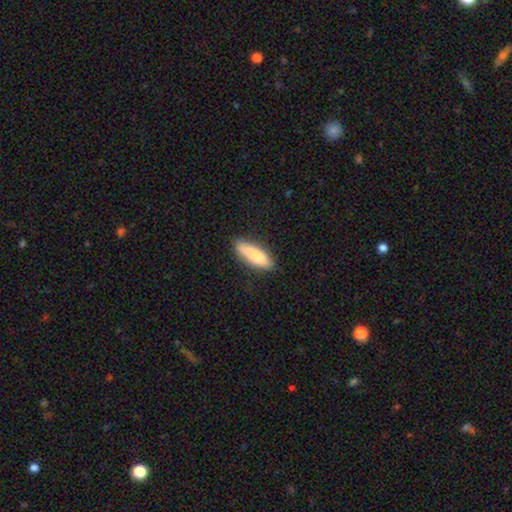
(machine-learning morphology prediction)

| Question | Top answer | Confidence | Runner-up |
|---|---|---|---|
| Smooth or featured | smooth | 83% | featured or disk (12%) |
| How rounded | cigar-shaped | 53% | in between (46%) |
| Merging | none | 75% | minor disturbance (19%) |